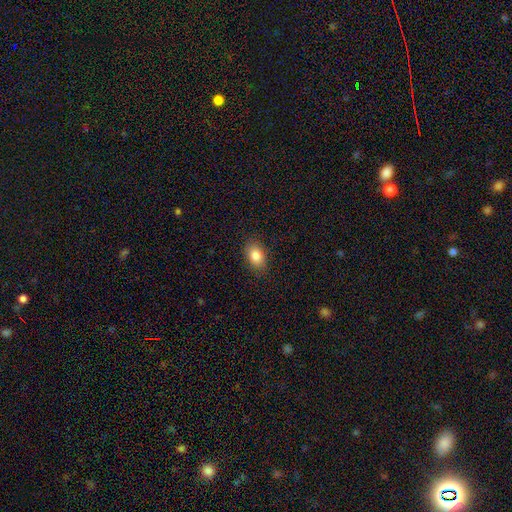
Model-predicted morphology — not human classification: Smooth or featured?
  - smooth: 85% *
  - star or artifact: 8%
  - featured or disk: 6%
How rounded?
  - in between: 78% *
  - round: 21%
  - cigar-shaped: 1%
Merging?
  - none: 86% *
  - minor disturbance: 10%
  - major disturbance: 3%
  - merger: 1%